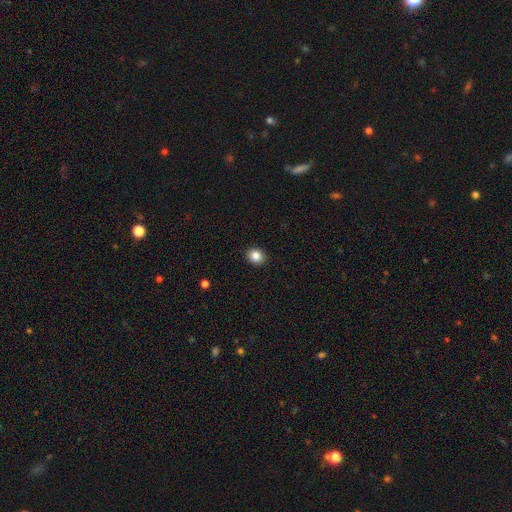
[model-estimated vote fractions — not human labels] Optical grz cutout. It shows a smooth galaxy with no disk features (85%) that is round (65%). Merging: none (92%).